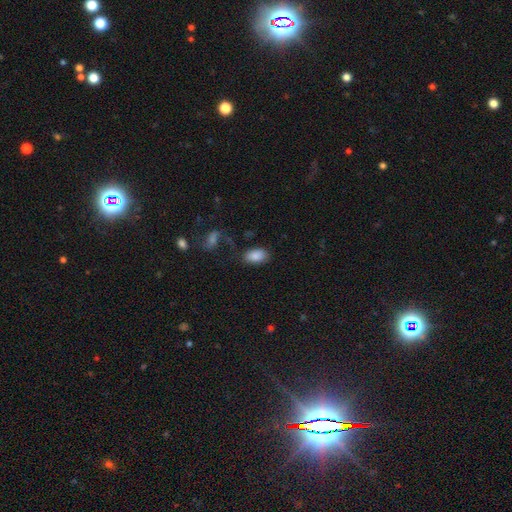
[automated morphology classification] smooth_or_featured: smooth (p=0.86) [alt: star or artifact p=0.08]
how_rounded: in between (p=0.94) [alt: round p=0.04]
merging: none (p=0.76) [alt: minor disturbance p=0.15]